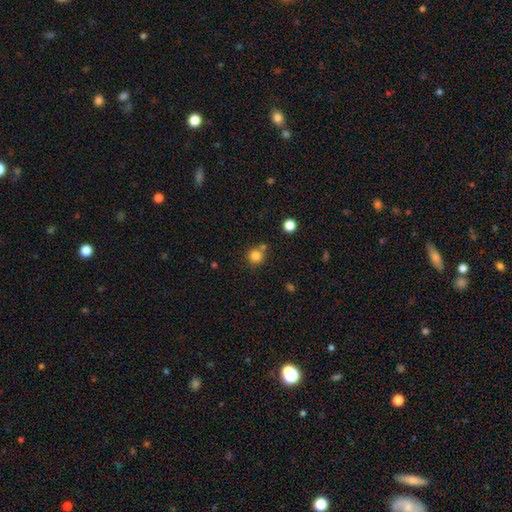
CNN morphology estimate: Overall: smooth (82%). How rounded: round (93%). Merging: none (72%).